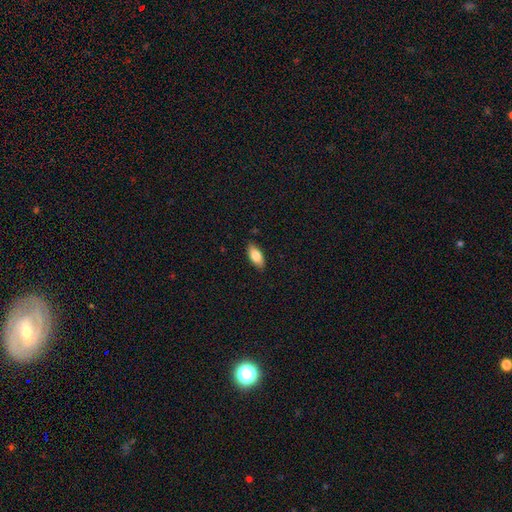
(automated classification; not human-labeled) smooth-or-featured: smooth: 80% | featured or disk: 13% | star or artifact: 6%
  how-rounded: in between: 87% | cigar-shaped: 11% | round: 2%
  merging: none: 85% | minor disturbance: 11% | major disturbance: 2% | merger: 1%